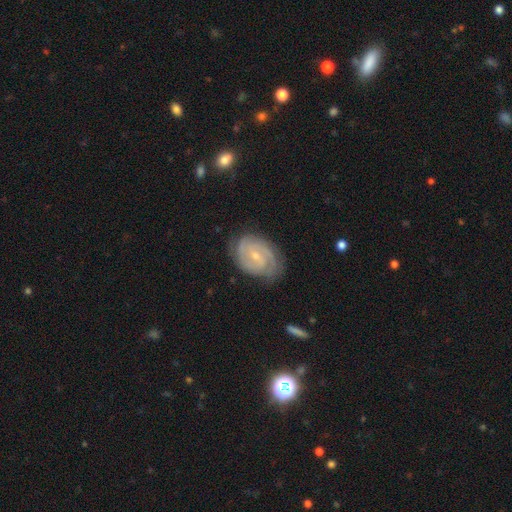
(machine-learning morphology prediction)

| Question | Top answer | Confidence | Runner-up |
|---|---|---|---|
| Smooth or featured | featured or disk | 83% | smooth (11%) |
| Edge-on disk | no | 97% | yes (3%) |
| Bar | weak | 49% | no (37%) |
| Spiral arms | yes | 96% | no (4%) |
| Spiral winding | tight | 68% | medium (26%) |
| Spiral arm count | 2 | 57% | can't tell (20%) |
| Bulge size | small | 73% | moderate (24%) |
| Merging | none | 75% | minor disturbance (18%) |